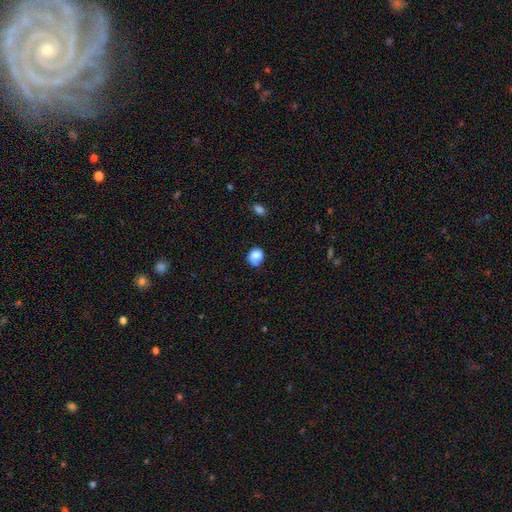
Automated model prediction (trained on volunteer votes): This appears to be a smooth galaxy with no disk features (86%) that is round (70%). Merging: none (67%).